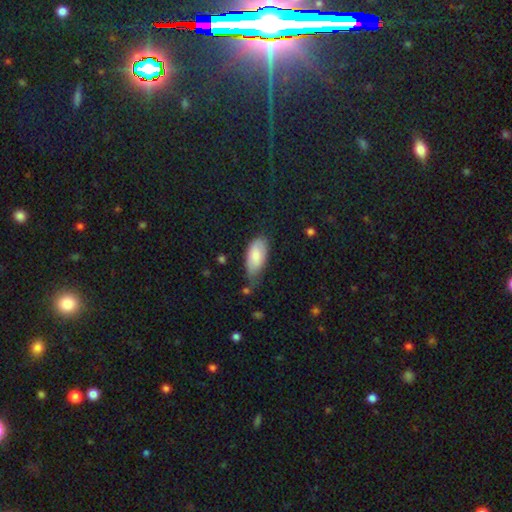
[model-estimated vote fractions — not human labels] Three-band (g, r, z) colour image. It shows a smooth galaxy with no disk features (82%) that is in between round and cigar-shaped (90%). Merging: none (46%).